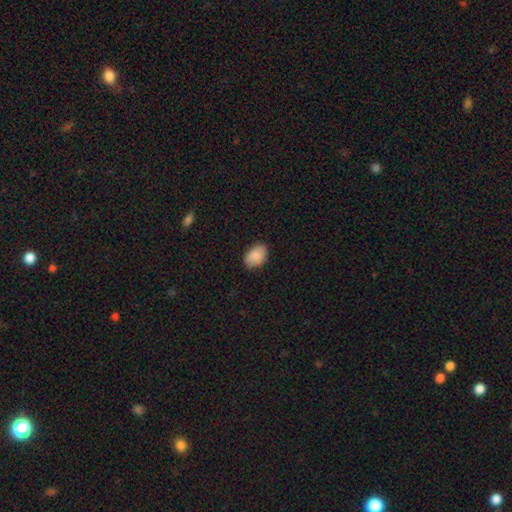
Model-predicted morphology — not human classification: The model was most divided on "how rounded": in between: 87%, round: 12%, cigar-shaped: 1%. More confident: smooth or featured — smooth (87%); merging — none (86%).